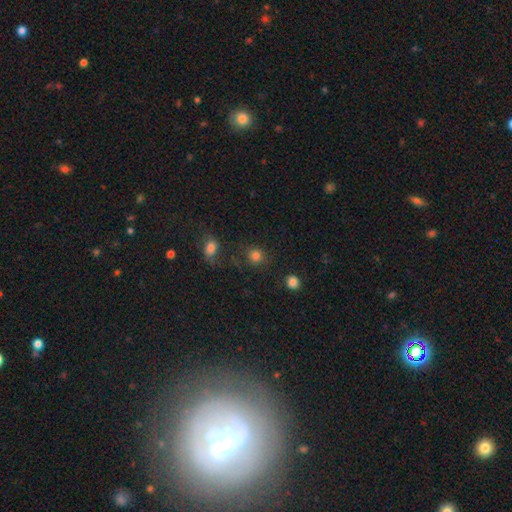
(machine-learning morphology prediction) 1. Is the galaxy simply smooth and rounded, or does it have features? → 82% smooth, 13% star or artifact, 5% featured or disk.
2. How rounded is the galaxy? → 84% round, 15% in between, 1% cigar-shaped.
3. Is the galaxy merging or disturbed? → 77% none, 11% minor disturbance, 7% merger, 5% major disturbance.